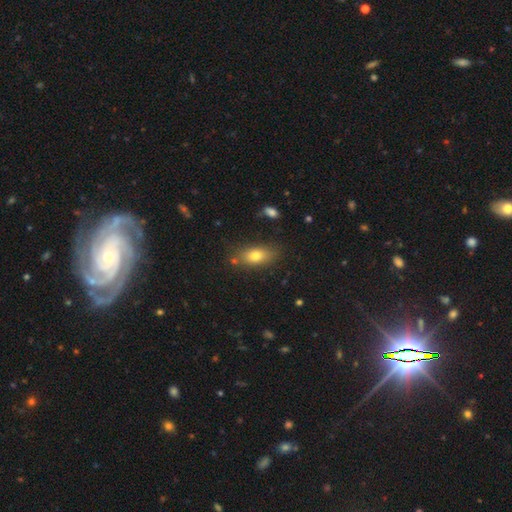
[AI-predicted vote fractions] Smooth or featured? Predicted: smooth (p=0.76). How rounded? Predicted: in between (p=0.82). Merging? Predicted: none (p=0.79).